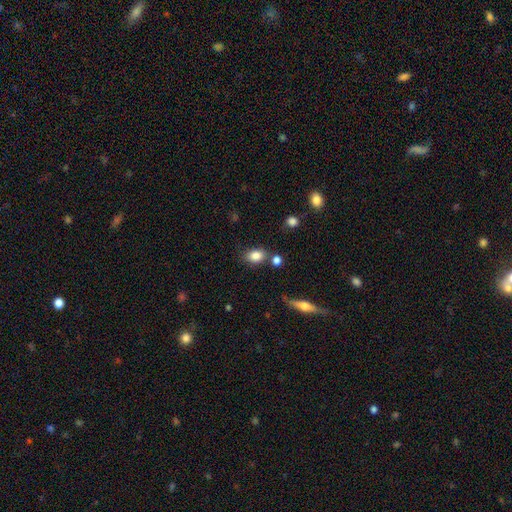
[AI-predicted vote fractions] The model was most divided on "how rounded": in between: 72%, round: 26%, cigar-shaped: 2%. More confident: smooth or featured — smooth (85%); merging — none (71%).